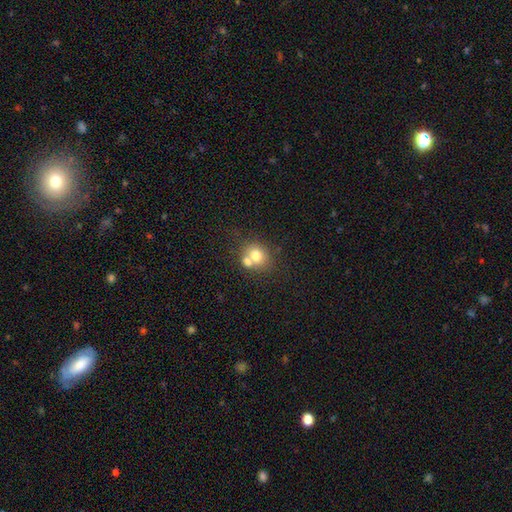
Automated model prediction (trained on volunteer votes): Smooth or featured?
  - smooth: 73% *
  - featured or disk: 16%
  - star or artifact: 11%
How rounded?
  - round: 72% *
  - in between: 28%
  - cigar-shaped: 1%
Merging?
  - none: 45% *
  - merger: 43%
  - minor disturbance: 8%
  - major disturbance: 3%